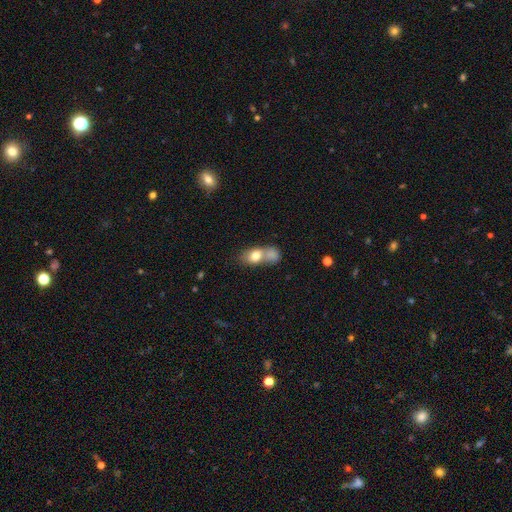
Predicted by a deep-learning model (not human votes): Q: Smooth or featured?
A: smooth (75%); runner-up: featured or disk (16%)
Q: How rounded?
A: in between (70%); runner-up: round (27%)
Q: Merging?
A: merger (63%); runner-up: none (23%)